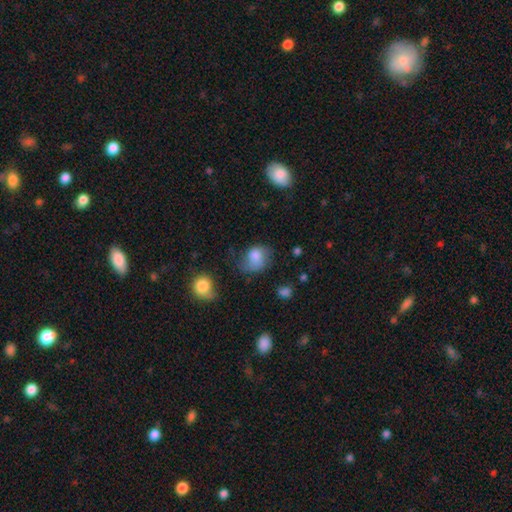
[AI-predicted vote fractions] smooth_or_featured: smooth (p=0.74) [alt: featured or disk p=0.16]
how_rounded: in between (p=0.54) [alt: round p=0.45]
merging: none (p=0.44) [alt: minor disturbance p=0.33]